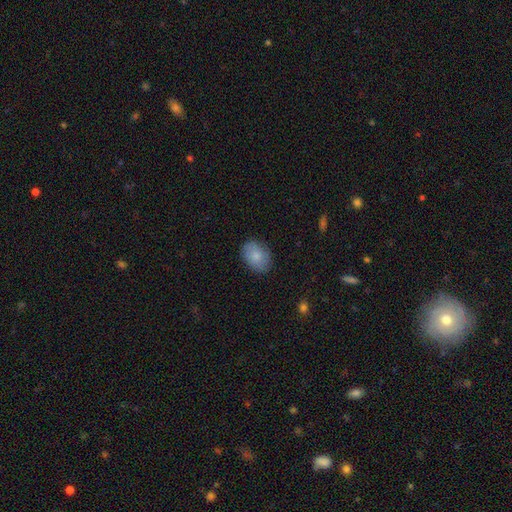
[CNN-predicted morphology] Smooth or featured?
  - smooth: 83% *
  - featured or disk: 10%
  - star or artifact: 7%
How rounded?
  - in between: 76% *
  - round: 23%
  - cigar-shaped: 1%
Merging?
  - none: 83% *
  - minor disturbance: 13%
  - major disturbance: 3%
  - merger: 1%